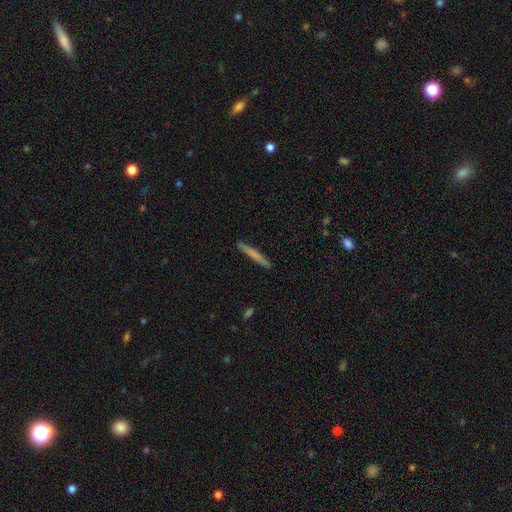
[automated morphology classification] Smooth or featured? Predicted: smooth (p=0.62). How rounded? Predicted: cigar-shaped (p=0.97). Merging? Predicted: none (p=0.91).